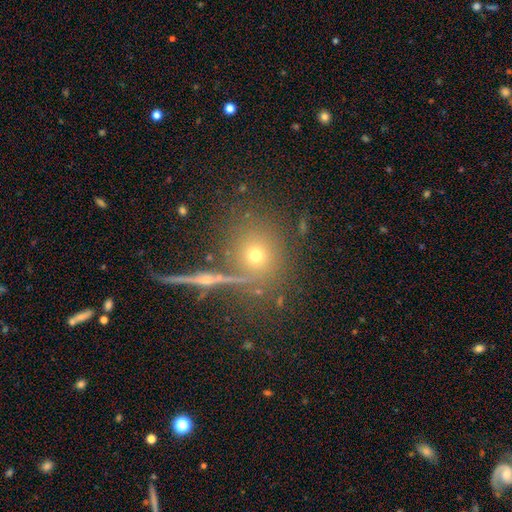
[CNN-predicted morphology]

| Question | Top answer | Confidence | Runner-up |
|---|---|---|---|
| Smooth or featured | smooth | 56% | star or artifact (23%) |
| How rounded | round | 83% | in between (14%) |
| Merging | none | 77% | minor disturbance (11%) |